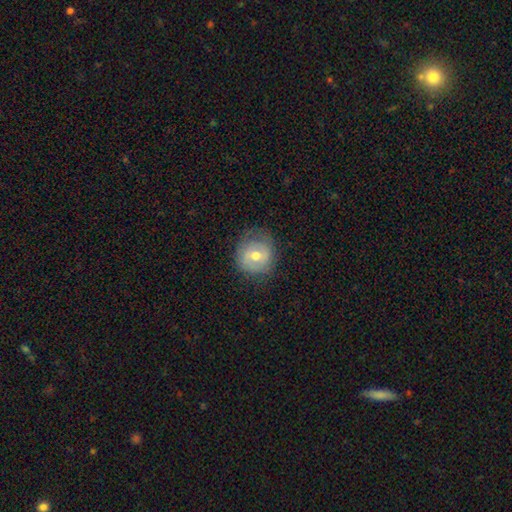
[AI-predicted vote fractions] Morphology: type=smooth (49%); merging=none (74%).